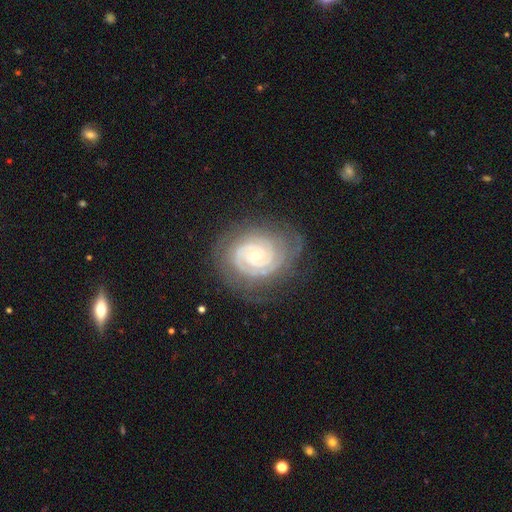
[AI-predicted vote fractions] Smooth or featured: featured or disk — 89% (star or artifact — 6%)
Edge-on disk: no — 98% (yes — 2%)
Bar: no — 75% (weak — 18%)
Spiral arms: yes — 98% (no — 2%)
Spiral winding: tight — 85% (medium — 13%)
Spiral arm count: 2 — 36% (3 — 21%)
Bulge size: small — 74% (moderate — 23%)
Merging: none — 77% (minor disturbance — 16%)